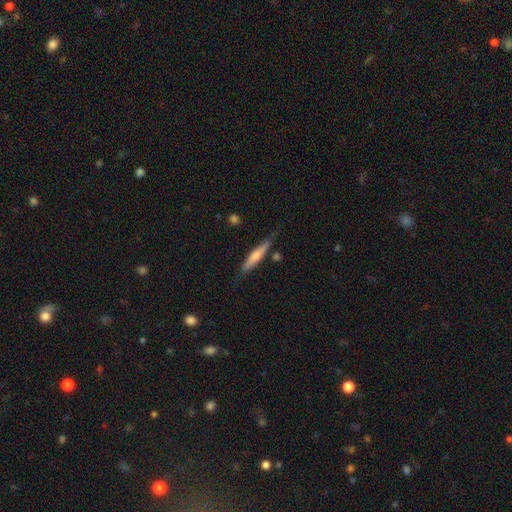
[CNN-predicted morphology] smooth-or-featured: smooth: 61% | featured or disk: 33% | star or artifact: 6%
  how-rounded: cigar-shaped: 89% | in between: 10% | round: 1%
  merging: none: 77% | minor disturbance: 16% | merger: 4% | major disturbance: 3%